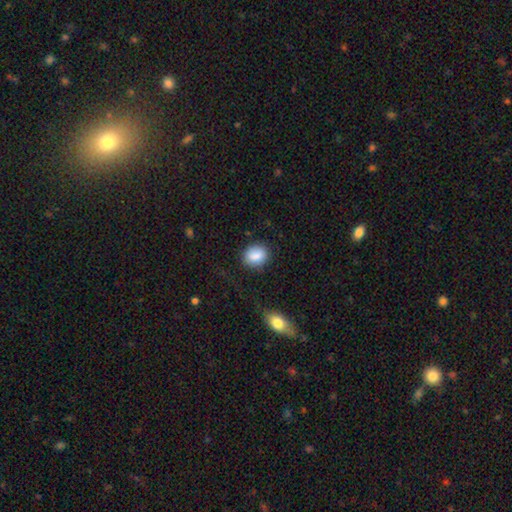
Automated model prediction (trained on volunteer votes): The model was most divided on "how rounded": round: 58%, in between: 41%, cigar-shaped: 1%. More confident: smooth or featured — smooth (86%); merging — none (80%).